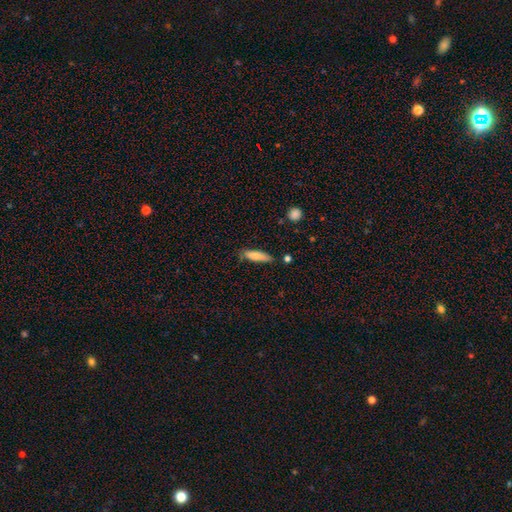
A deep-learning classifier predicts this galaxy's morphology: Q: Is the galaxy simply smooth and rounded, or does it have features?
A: smooth — 79%.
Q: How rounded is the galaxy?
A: cigar-shaped — 62%.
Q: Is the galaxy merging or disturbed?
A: none — 74%.